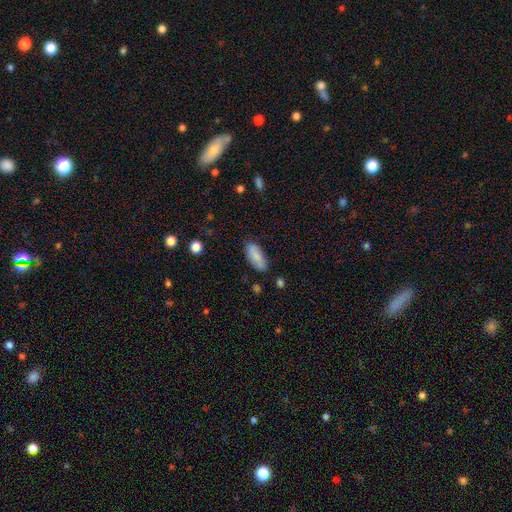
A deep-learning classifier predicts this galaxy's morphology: Smooth or featured? smooth (85%)
How rounded? in between (83%)
Merging? none (80%)